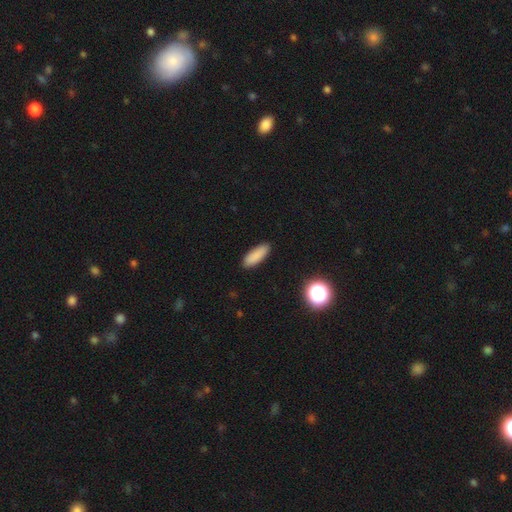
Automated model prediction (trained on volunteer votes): smooth_or_featured: smooth (p=0.87) [alt: star or artifact p=0.08]
how_rounded: in between (p=0.62) [alt: cigar-shaped p=0.36]
merging: none (p=0.90) [alt: minor disturbance p=0.07]